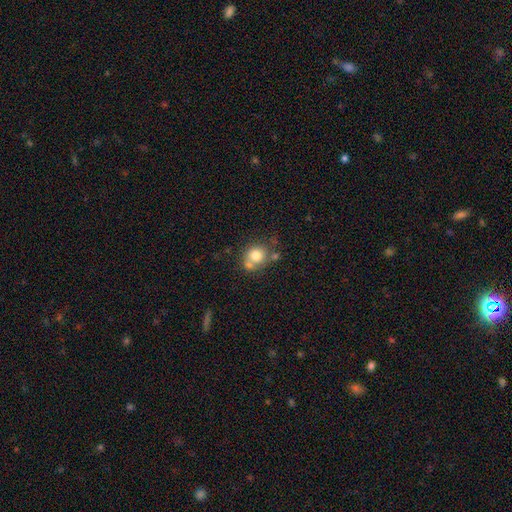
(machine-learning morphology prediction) Smooth or featured: smooth — 76% (featured or disk — 13%)
How rounded: round — 79% (in between — 20%)
Merging: none — 51% (merger — 31%)